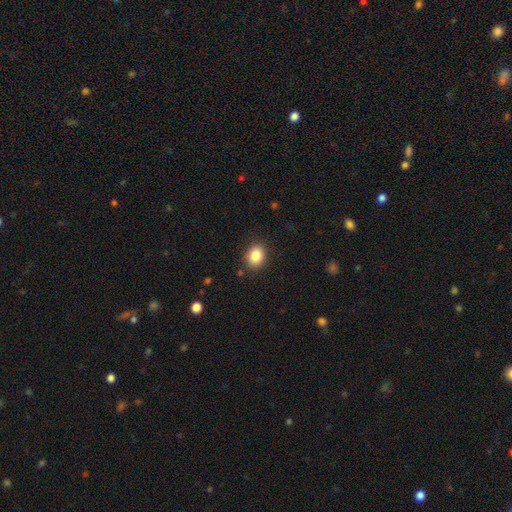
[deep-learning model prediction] smooth-or-featured: smooth: 85% | star or artifact: 9% | featured or disk: 5%
  how-rounded: in between: 51% | round: 48% | cigar-shaped: 1%
  merging: none: 87% | minor disturbance: 9% | major disturbance: 2% | merger: 1%